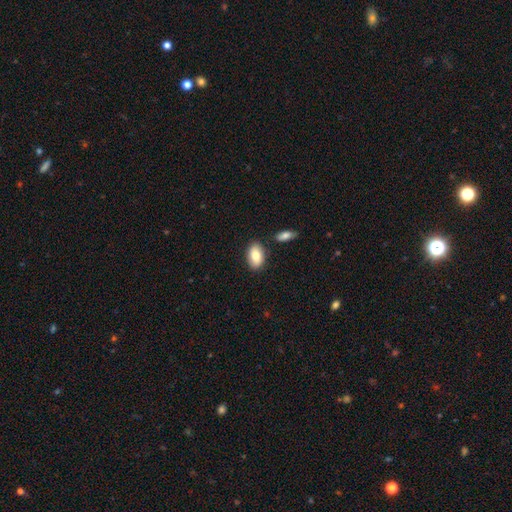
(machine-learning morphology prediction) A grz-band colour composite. It shows a smooth galaxy with no disk features (81%) that is in between round and cigar-shaped (91%). Merging: none (82%).